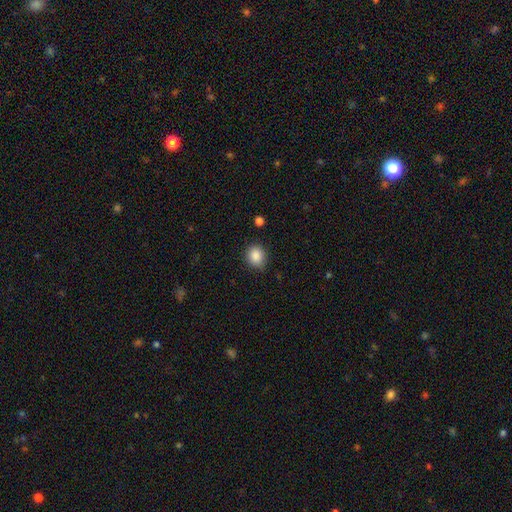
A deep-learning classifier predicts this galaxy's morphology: Smooth or featured? Predicted: smooth (p=0.87). How rounded? Predicted: round (p=0.70). Merging? Predicted: none (p=0.84).